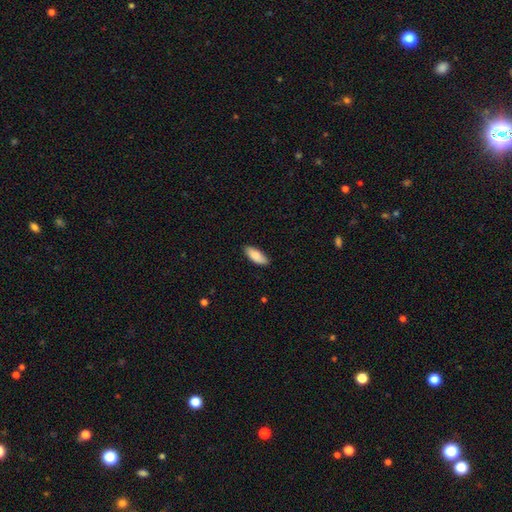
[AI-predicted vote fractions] This appears to be a smooth galaxy with no disk features (88%) that is in between round and cigar-shaped (79%). Merging: none (85%).